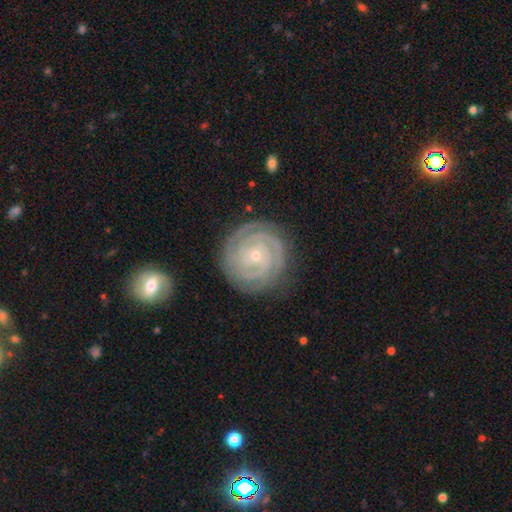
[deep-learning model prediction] Smooth or featured?
  - featured or disk: 91% *
  - smooth: 5%
  - star or artifact: 5%
Edge-on disk?
  - no: 98% *
  - yes: 2%
Bar?
  - no: 70% *
  - weak: 21%
  - strong: 9%
Spiral arms?
  - yes: 98% *
  - no: 2%
Spiral winding?
  - tight: 88% *
  - medium: 11%
  - loose: 2%
Spiral arm count?
  - 2: 35% *
  - 3: 28%
  - 4: 13%
  - can't tell: 12%
  - more than 4: 6%
  - 1: 6%
Bulge size?
  - small: 81% *
  - moderate: 16%
  - none: 1%
  - large: 1%
  - dominant: 1%
Merging?
  - none: 83% *
  - minor disturbance: 12%
  - major disturbance: 3%
  - merger: 2%